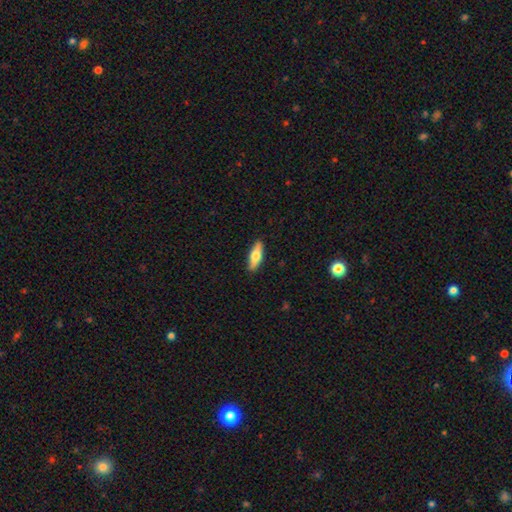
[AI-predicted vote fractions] A smooth galaxy with no disk features (64%) that is in between round and cigar-shaped (54%).

Vote fractions:
- Smooth or featured? smooth: 64% / featured or disk: 31% / star or artifact: 6%
- How rounded? in between: 54% / cigar-shaped: 44% / round: 3%
- Merging? none: 89% / minor disturbance: 8% / major disturbance: 2% / merger: 1%